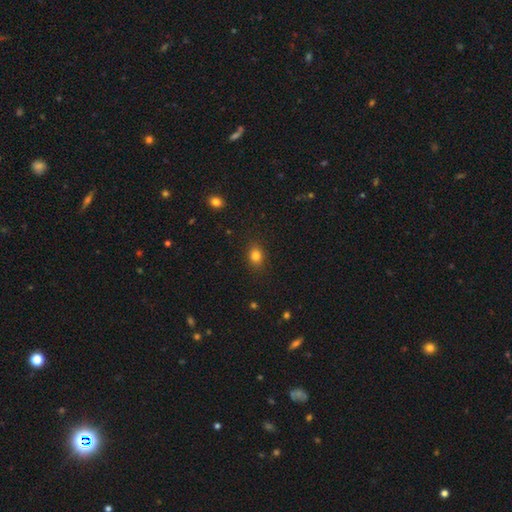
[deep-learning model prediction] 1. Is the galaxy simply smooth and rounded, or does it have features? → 82% smooth, 12% star or artifact, 6% featured or disk.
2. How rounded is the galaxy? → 52% in between, 47% round, 1% cigar-shaped.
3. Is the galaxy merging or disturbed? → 87% none, 9% minor disturbance, 3% major disturbance, 1% merger.